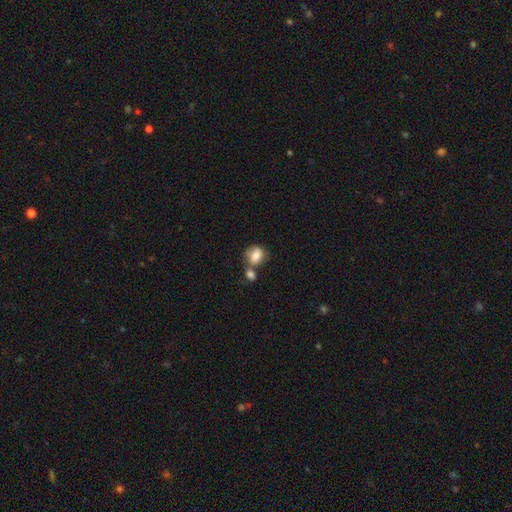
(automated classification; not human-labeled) Q: Smooth or featured?
A: smooth (78%); runner-up: featured or disk (14%)
Q: How rounded?
A: round (59%); runner-up: in between (40%)
Q: Merging?
A: merger (42%); runner-up: none (37%)